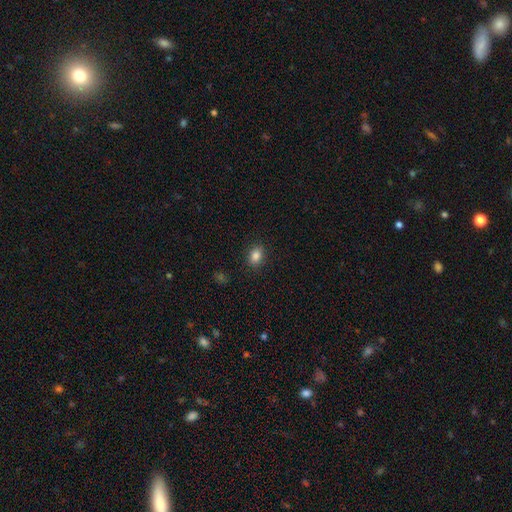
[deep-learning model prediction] A smooth galaxy with no disk features (85%) that is in between round and cigar-shaped (62%).

Vote fractions:
- Smooth or featured? smooth: 85% / star or artifact: 10% / featured or disk: 5%
- How rounded? in between: 62% / round: 37% / cigar-shaped: 1%
- Merging? none: 89% / minor disturbance: 8% / major disturbance: 2% / merger: 1%